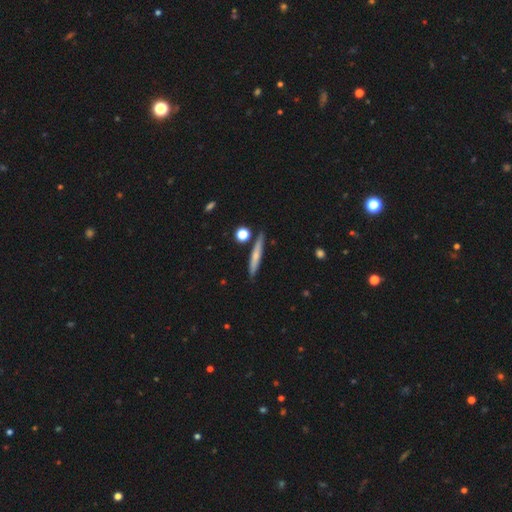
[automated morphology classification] type=smooth (58%); roundness=cigar-shaped (92%); merging=none (85%).